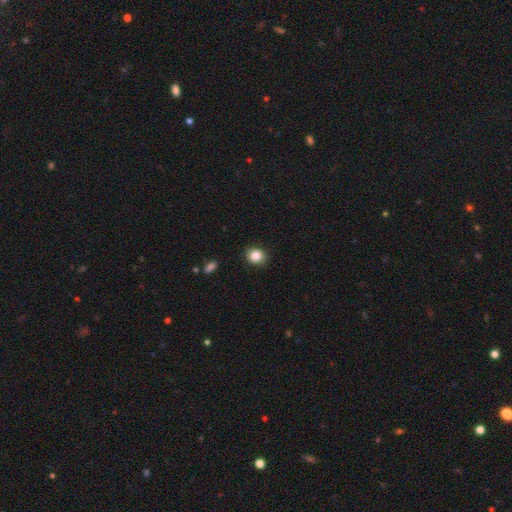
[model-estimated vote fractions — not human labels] This is clearly a smooth galaxy (85%). How rounded: likely round (72%). Merging: clearly none (88%).